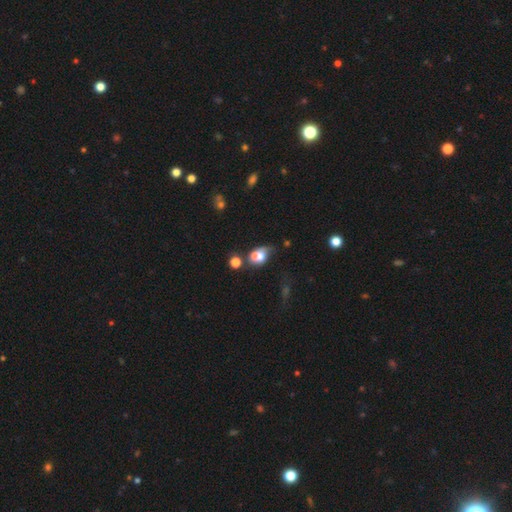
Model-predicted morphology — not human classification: Q: Smooth or featured?
A: smooth (64%); runner-up: featured or disk (22%)
Q: How rounded?
A: in between (60%); runner-up: round (38%)
Q: Merging?
A: merger (47%); runner-up: none (23%)